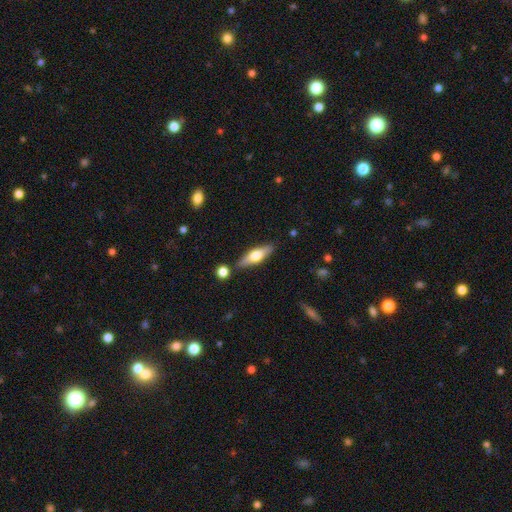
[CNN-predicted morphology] Smooth or featured? Predicted: featured or disk (p=0.50). Edge-on disk? Predicted: yes (p=0.90). Merging? Predicted: none (p=0.83).